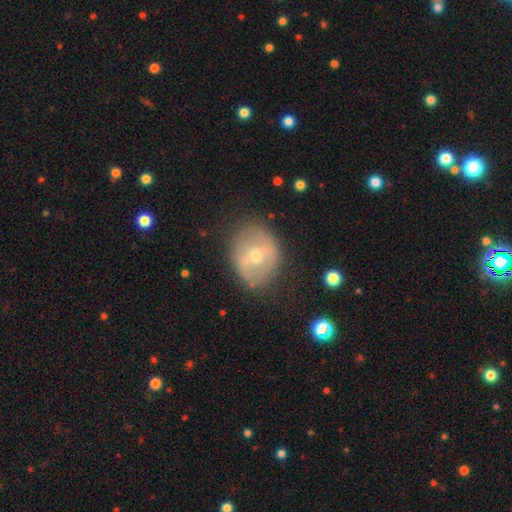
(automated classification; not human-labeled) smooth_or_featured: featured or disk (p=0.50) [alt: smooth p=0.41]
disk_edge_on: no (p=0.93) [alt: yes p=0.07]
merging: none (p=0.74) [alt: minor disturbance p=0.18]